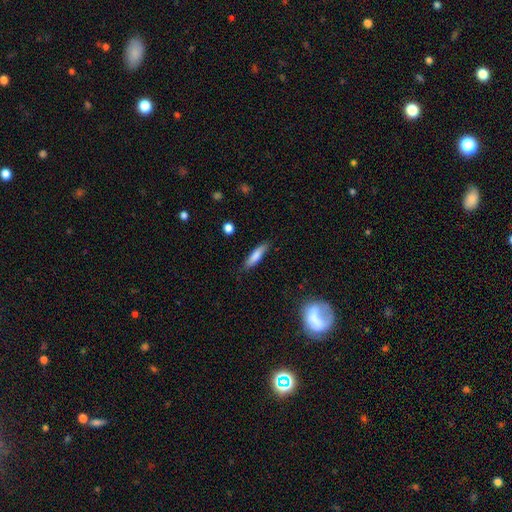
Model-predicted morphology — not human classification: A smooth galaxy with no disk features (78%) that is cigar-shaped (73%).

Vote fractions:
- Smooth or featured? smooth: 78% / featured or disk: 16% / star or artifact: 7%
- How rounded? cigar-shaped: 73% / in between: 25% / round: 2%
- Merging? none: 81% / minor disturbance: 14% / major disturbance: 3% / merger: 2%